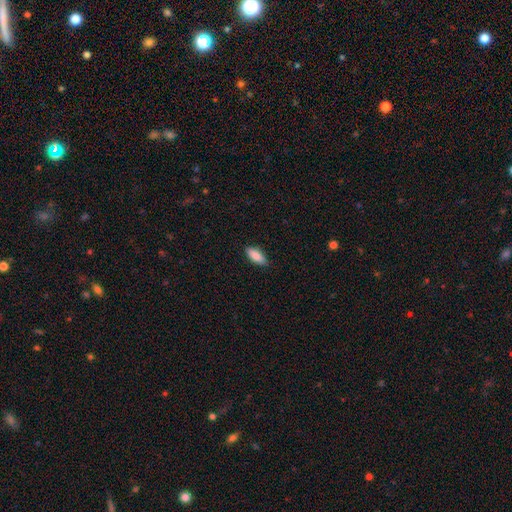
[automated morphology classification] Overall: smooth (85%). How rounded: in between (78%). Merging: none (85%).